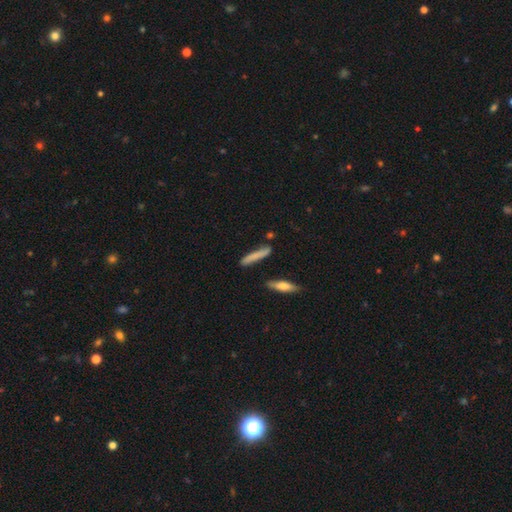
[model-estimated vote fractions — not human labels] Smooth or featured: smooth — 74% (featured or disk — 19%)
How rounded: cigar-shaped — 90% (in between — 8%)
Merging: none — 79% (minor disturbance — 14%)